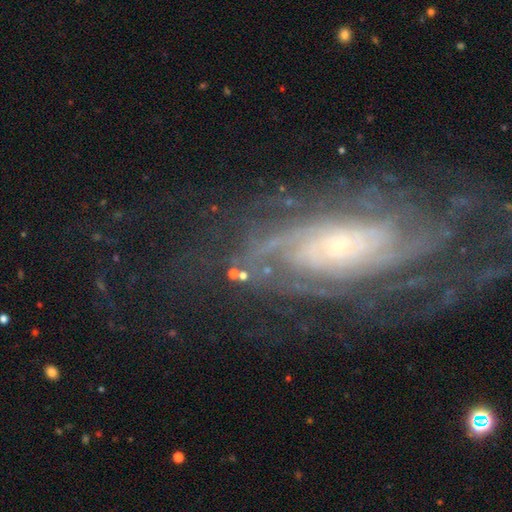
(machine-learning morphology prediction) This is clearly a featured or disk galaxy (85%). It is clearly not viewed edge-on (90%). Bar: likely no (67%). Spiral arm pattern: clearly yes (95%). Spiral arm count: marginally can't tell (39%). Spiral winding: likely tight (68%). Central bulge: possibly small (60%). Merging: likely none (71%).